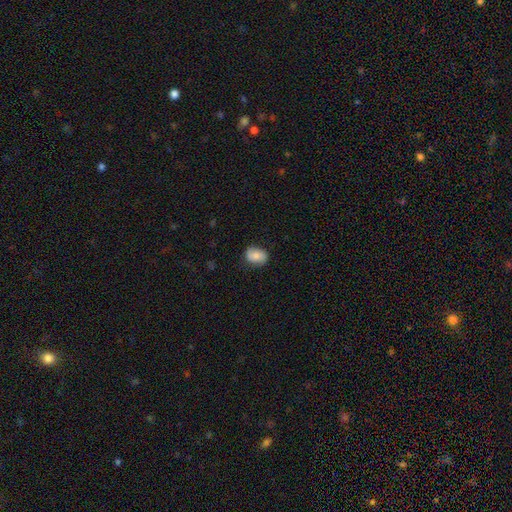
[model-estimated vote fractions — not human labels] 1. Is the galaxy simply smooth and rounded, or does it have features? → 70% smooth, 22% featured or disk, 8% star or artifact.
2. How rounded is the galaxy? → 69% in between, 30% round, 1% cigar-shaped.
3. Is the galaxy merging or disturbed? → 78% none, 17% minor disturbance, 4% major disturbance, 1% merger.